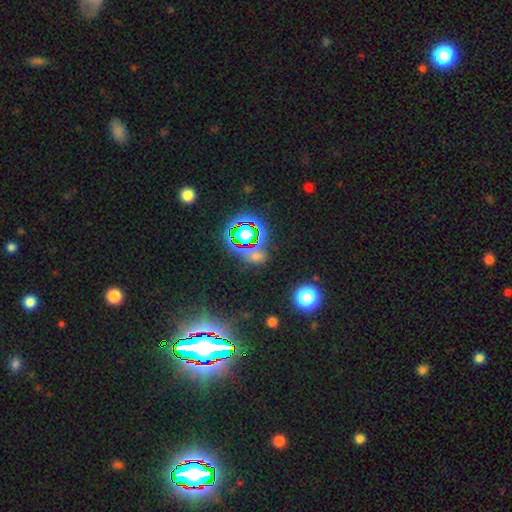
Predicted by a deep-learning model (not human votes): Q: Smooth or featured?
A: star or artifact (61%); runner-up: smooth (29%)